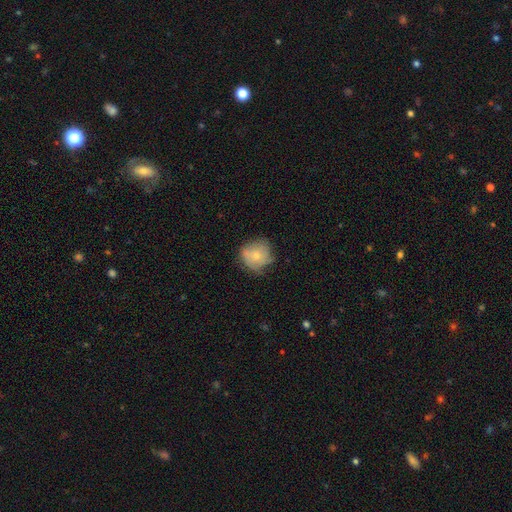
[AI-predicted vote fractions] smooth 61%, featured or disk 30%, star or artifact 8%. Down the decision tree: how rounded — round (83%); merging — none (57%).